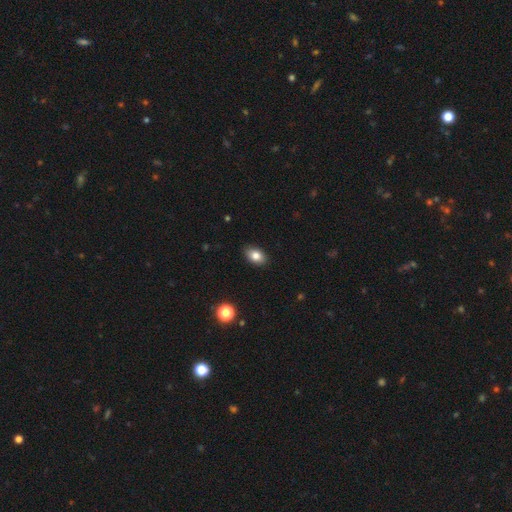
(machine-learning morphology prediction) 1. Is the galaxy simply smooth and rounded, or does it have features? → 83% smooth, 9% star or artifact, 8% featured or disk.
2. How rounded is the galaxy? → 86% in between, 13% round, 1% cigar-shaped.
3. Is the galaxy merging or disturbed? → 89% none, 8% minor disturbance, 2% major disturbance, 1% merger.